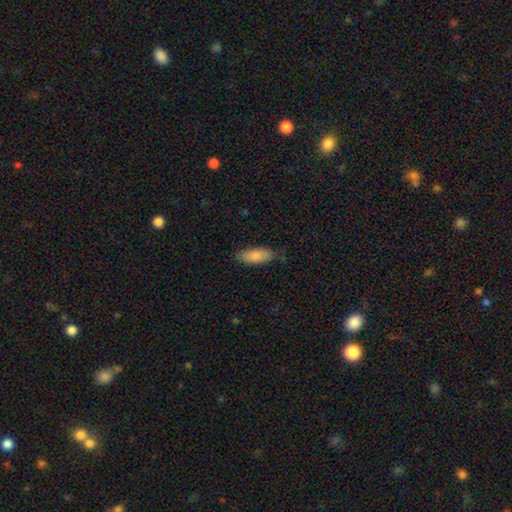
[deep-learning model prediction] smooth-or-featured: smooth: 86% | featured or disk: 8% | star or artifact: 6%
  how-rounded: in between: 81% | cigar-shaped: 18% | round: 2%
  merging: none: 76% | minor disturbance: 19% | major disturbance: 4% | merger: 1%